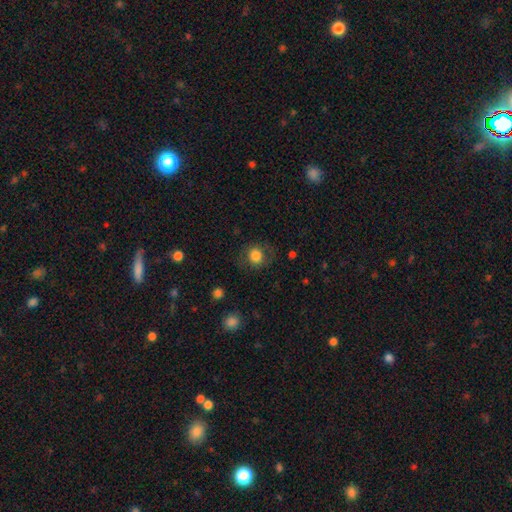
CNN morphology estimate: This is likely a smooth galaxy (80%). How rounded: clearly round (82%). Merging: likely none (77%).